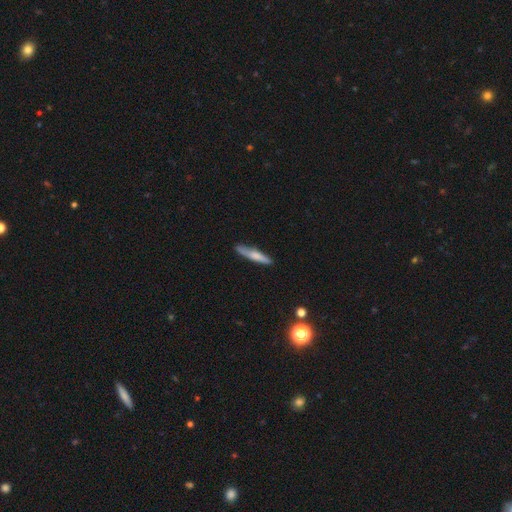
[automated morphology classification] smooth-or-featured: smooth: 62% | featured or disk: 32% | star or artifact: 6%
  how-rounded: cigar-shaped: 90% | in between: 9% | round: 2%
  merging: none: 82% | minor disturbance: 14% | major disturbance: 2% | merger: 2%